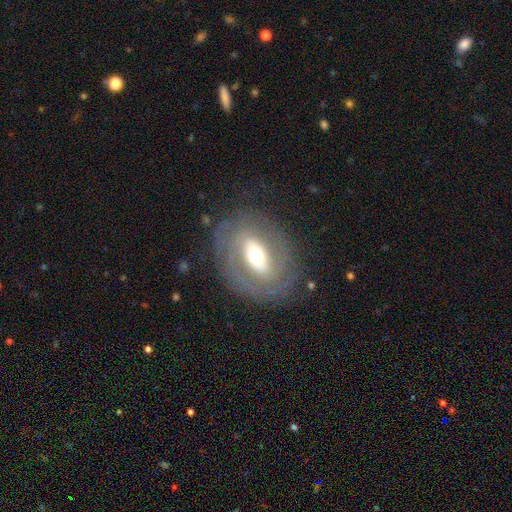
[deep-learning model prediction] Smooth or featured?
  - featured or disk: 76% *
  - smooth: 18%
  - star or artifact: 6%
Edge-on disk?
  - no: 93% *
  - yes: 7%
Bar?
  - strong: 45% *
  - weak: 32%
  - no: 22%
Spiral arms?
  - yes: 75% *
  - no: 25%
Spiral winding?
  - tight: 61% *
  - medium: 28%
  - loose: 11%
Spiral arm count?
  - 2: 61% *
  - can't tell: 24%
  - 3: 6%
  - 1: 5%
  - 4: 3%
  - more than 4: 2%
Bulge size?
  - moderate: 61% *
  - small: 20%
  - large: 16%
  - dominant: 2%
  - none: 1%
Merging?
  - none: 78% *
  - minor disturbance: 13%
  - major disturbance: 7%
  - merger: 1%